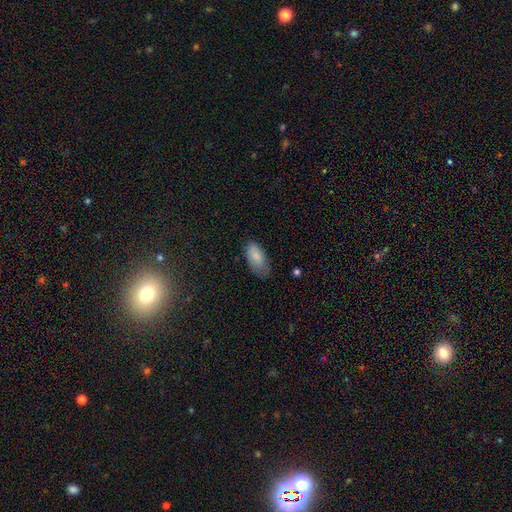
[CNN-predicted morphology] This is clearly a smooth galaxy (84%). How rounded: clearly in between (92%). Merging: likely none (62%).